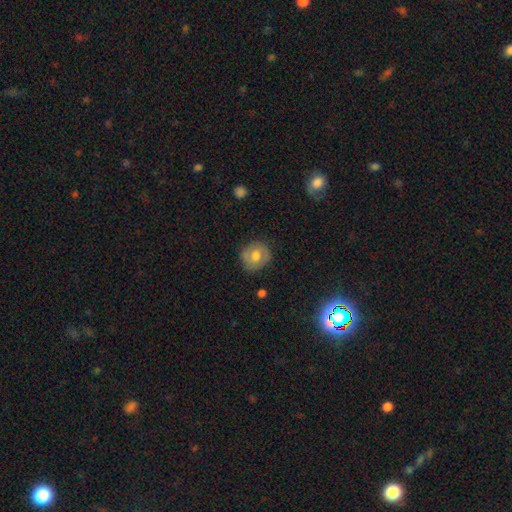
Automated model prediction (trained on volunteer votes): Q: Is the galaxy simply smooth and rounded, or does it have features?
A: smooth — 63%.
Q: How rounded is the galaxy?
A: round — 82%.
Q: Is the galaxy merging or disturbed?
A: none — 81%.